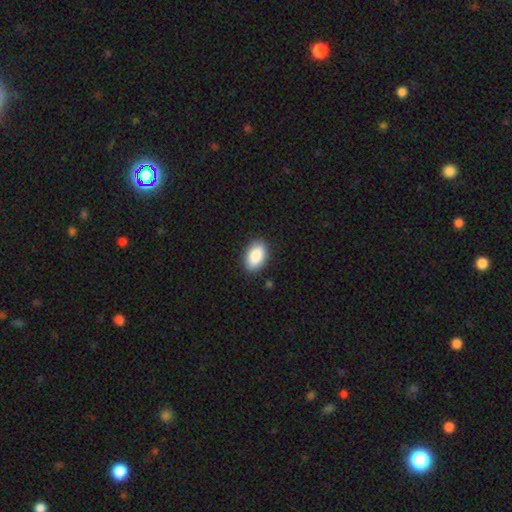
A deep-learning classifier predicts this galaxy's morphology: Overall: smooth (87%). How rounded: in between (92%). Merging: none (88%).